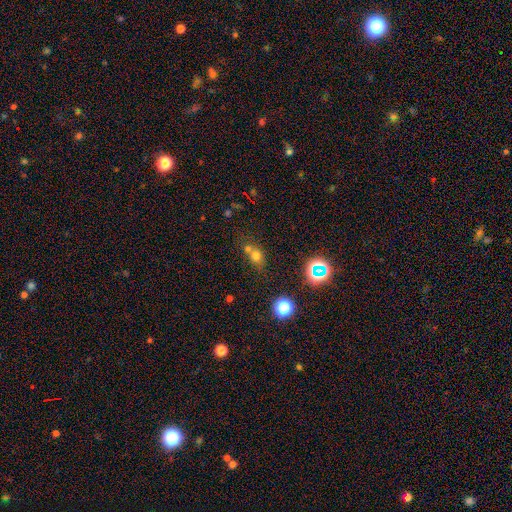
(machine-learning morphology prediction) A smooth galaxy with no disk features (66%) that is round (68%).

Vote fractions:
- Smooth or featured? smooth: 66% / star or artifact: 22% / featured or disk: 12%
- How rounded? round: 68% / in between: 31% / cigar-shaped: 2%
- Merging? none: 46% / merger: 39% / minor disturbance: 11% / major disturbance: 5%